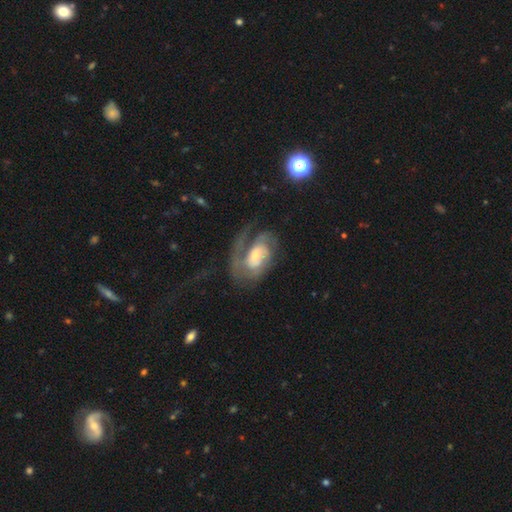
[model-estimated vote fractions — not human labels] Q: Smooth or featured?
A: featured or disk (82%); runner-up: smooth (12%)
Q: Edge-on disk?
A: no (96%); runner-up: yes (4%)
Q: Bar?
A: no (54%); runner-up: weak (35%)
Q: Spiral arms?
A: yes (92%); runner-up: no (8%)
Q: Spiral winding?
A: tight (42%); runner-up: medium (41%)
Q: Spiral arm count?
A: 2 (37%); runner-up: 1 (22%)
Q: Bulge size?
A: moderate (55%); runner-up: small (35%)
Q: Merging?
A: none (49%); runner-up: major disturbance (30%)